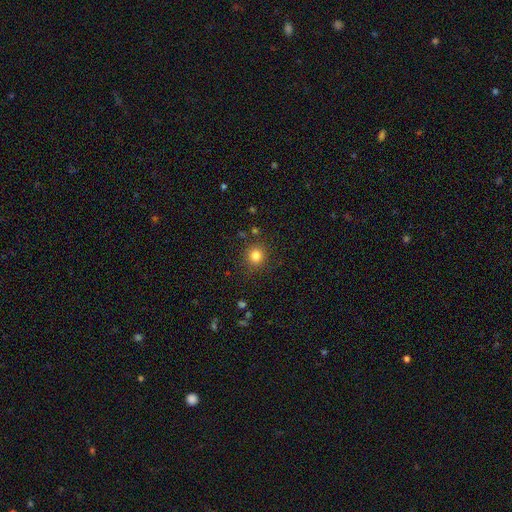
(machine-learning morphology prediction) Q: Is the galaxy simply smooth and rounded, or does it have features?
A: smooth — 82%.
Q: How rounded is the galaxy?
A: round — 90%.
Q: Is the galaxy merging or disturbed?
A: none — 87%.